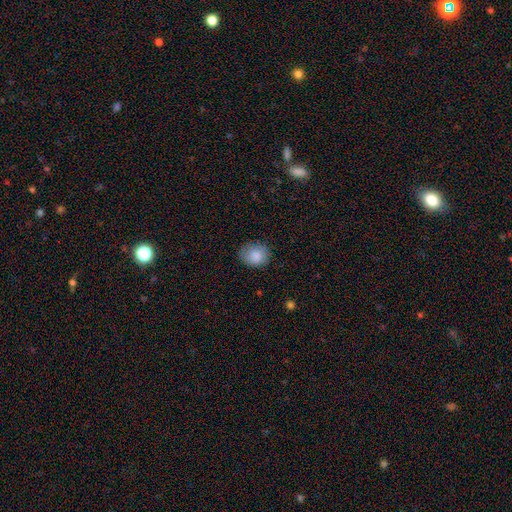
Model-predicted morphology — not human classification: type=smooth (86%); roundness=round (51%); merging=none (78%).